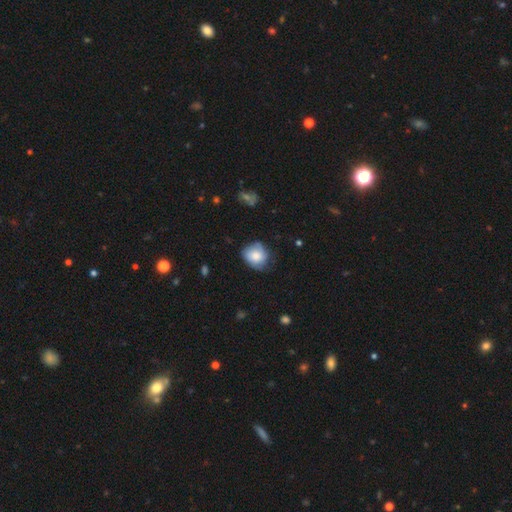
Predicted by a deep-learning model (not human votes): Smooth or featured? Predicted: smooth (p=0.75). How rounded? Predicted: round (p=0.72). Merging? Predicted: none (p=0.61).